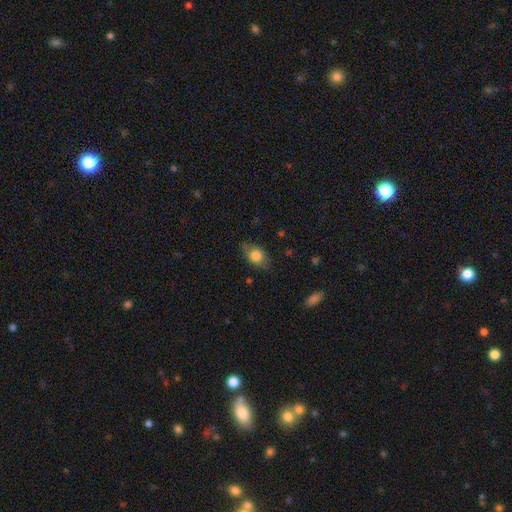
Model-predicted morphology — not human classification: This appears to be a smooth galaxy with no disk features (76%) that is in between round and cigar-shaped (82%). Merging: none (77%).